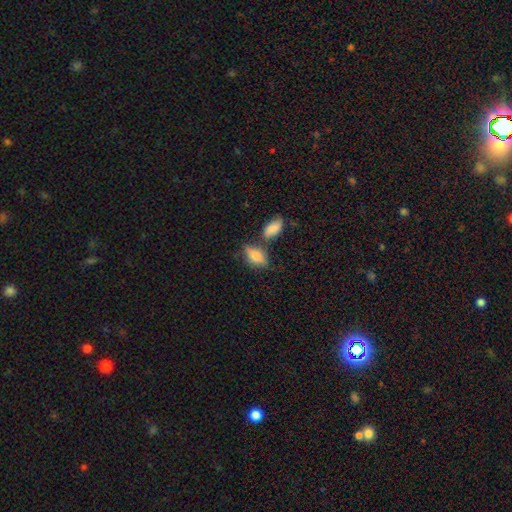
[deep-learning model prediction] Overall: smooth (70%). How rounded: in between (82%). Merging: none (51%; minor disturbance 21%).